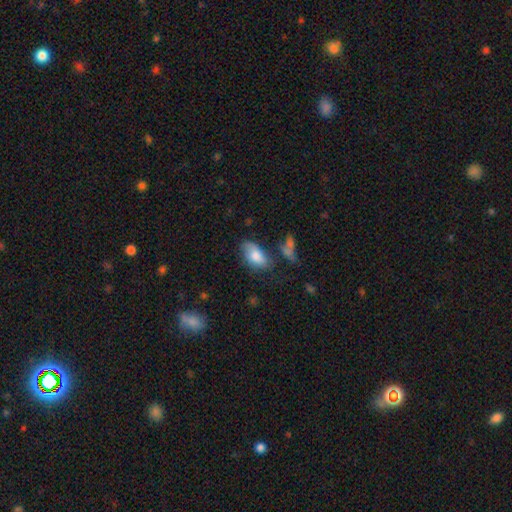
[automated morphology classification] The model was most divided on "merging": none: 52%, minor disturbance: 29%, major disturbance: 12%, merger: 7%. More confident: how rounded — in between (92%); smooth or featured — smooth (76%).